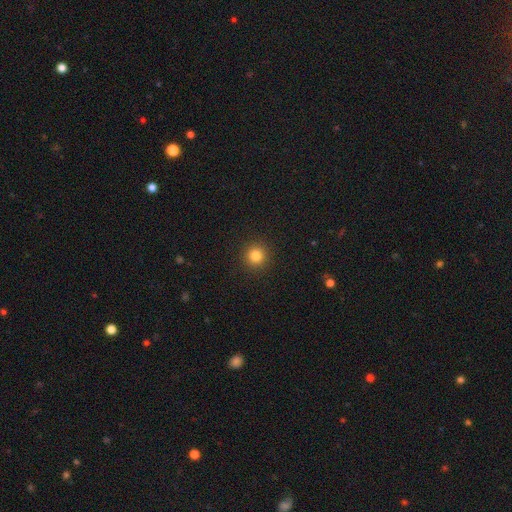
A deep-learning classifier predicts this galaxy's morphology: This is clearly a smooth galaxy (83%). How rounded: clearly round (95%). Merging: clearly none (93%).